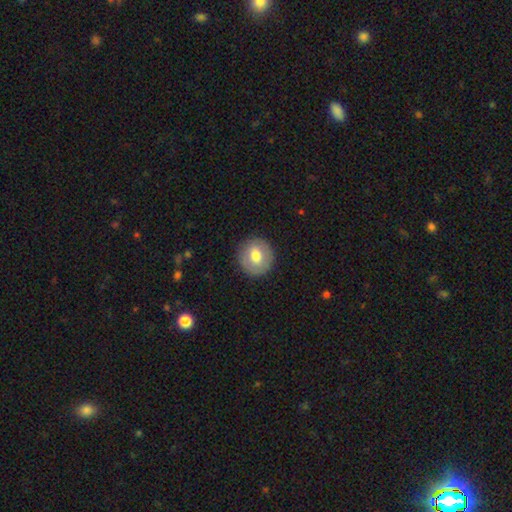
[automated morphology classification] The model was most divided on "smooth or featured": smooth: 68%, featured or disk: 24%, star or artifact: 7%. More confident: how rounded — round (90%); merging — none (88%).